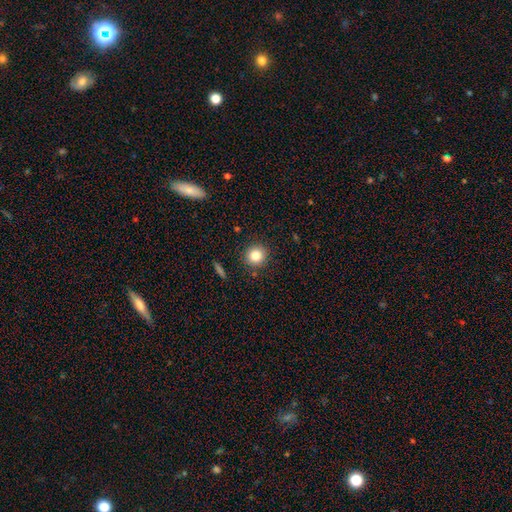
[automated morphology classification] type=smooth (82%); roundness=round (91%); merging=none (89%).